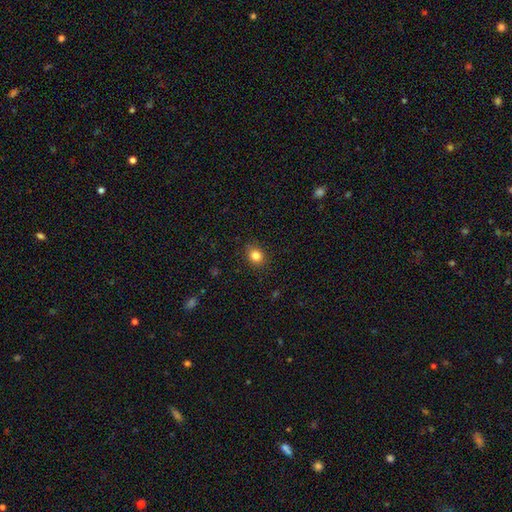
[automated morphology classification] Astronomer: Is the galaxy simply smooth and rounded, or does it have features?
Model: smooth — 82%.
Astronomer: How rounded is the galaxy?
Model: round — 69%.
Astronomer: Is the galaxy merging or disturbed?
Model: none — 87%.